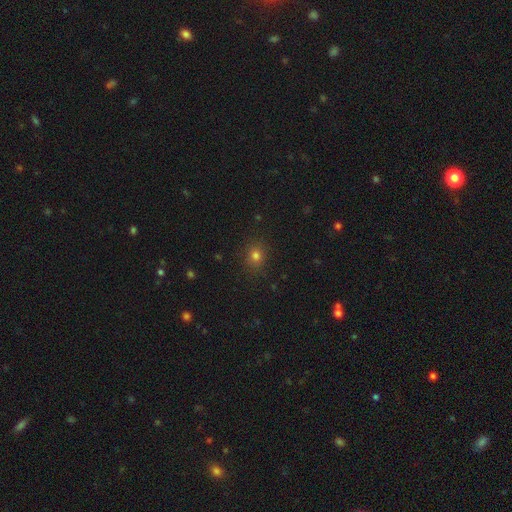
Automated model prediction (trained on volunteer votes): smooth_or_featured: smooth (p=0.78) [alt: star or artifact p=0.16]
how_rounded: round (p=0.74) [alt: in between p=0.25]
merging: none (p=0.87) [alt: minor disturbance p=0.09]